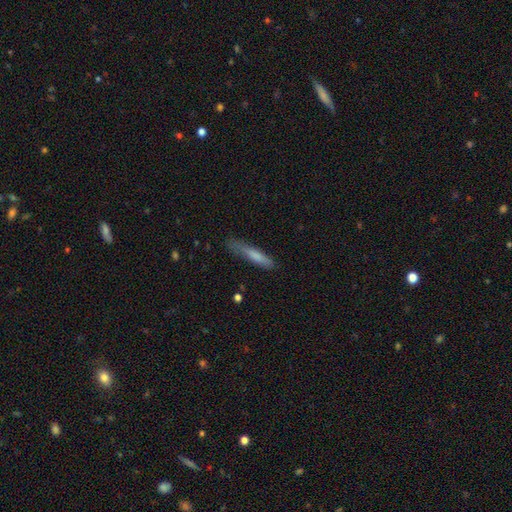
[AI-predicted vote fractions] Overall: smooth (73%). How rounded: cigar-shaped (89%). Merging: none (63%; minor disturbance 26%).